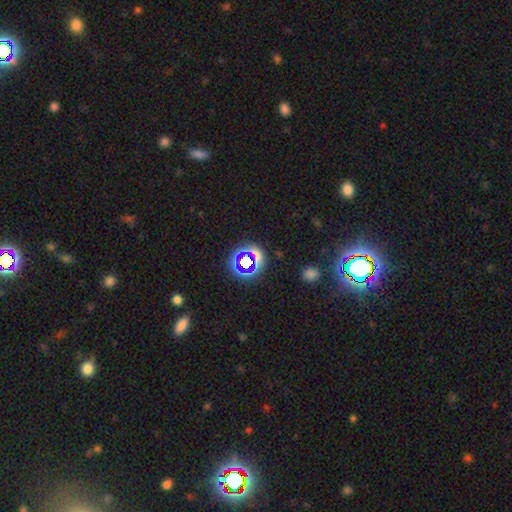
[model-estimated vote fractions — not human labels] Q: Smooth or featured?
A: star or artifact (63%); runner-up: smooth (26%)